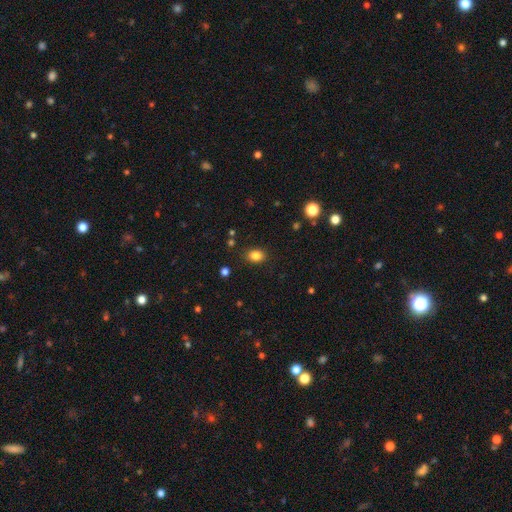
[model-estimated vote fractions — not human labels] smooth_or_featured: smooth (p=0.84) [alt: star or artifact p=0.11]
how_rounded: in between (p=0.68) [alt: round p=0.31]
merging: none (p=0.86) [alt: minor disturbance p=0.10]